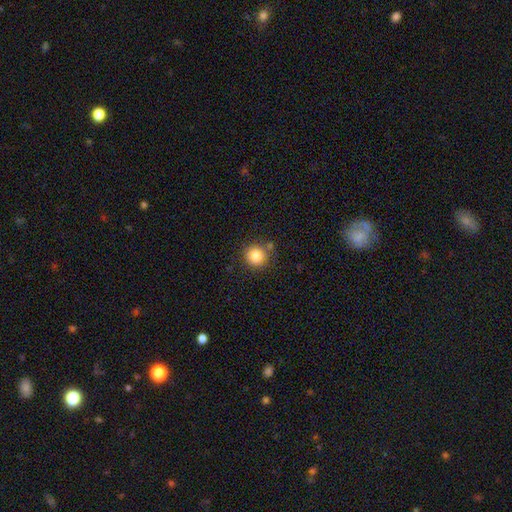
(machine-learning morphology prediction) Q: Smooth or featured?
A: smooth (84%); runner-up: star or artifact (10%)
Q: How rounded?
A: round (93%); runner-up: in between (6%)
Q: Merging?
A: none (79%); runner-up: minor disturbance (11%)